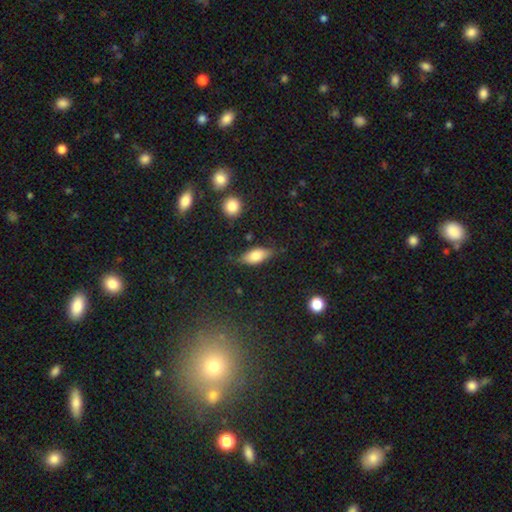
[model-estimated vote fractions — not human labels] Smooth or featured?
  - smooth: 75% *
  - featured or disk: 18%
  - star or artifact: 7%
How rounded?
  - in between: 83% *
  - cigar-shaped: 14%
  - round: 3%
Merging?
  - none: 74% *
  - minor disturbance: 19%
  - major disturbance: 4%
  - merger: 2%